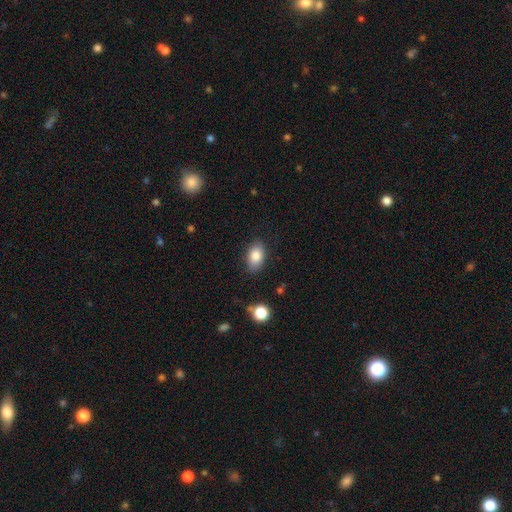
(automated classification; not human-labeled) Smooth or featured? Predicted: smooth (p=0.84). How rounded? Predicted: in between (p=0.89). Merging? Predicted: none (p=0.83).